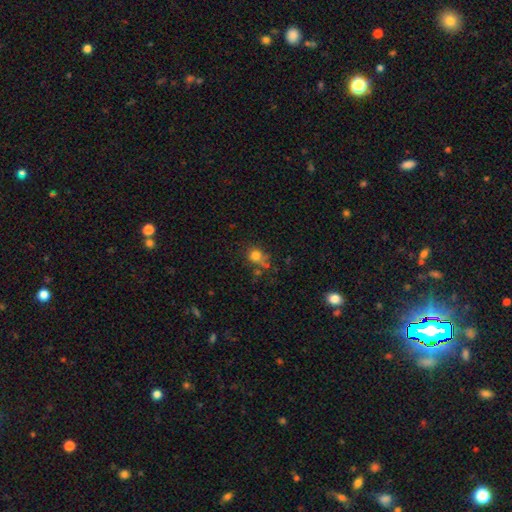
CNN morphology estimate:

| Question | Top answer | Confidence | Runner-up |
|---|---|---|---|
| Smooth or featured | smooth | 76% | star or artifact (14%) |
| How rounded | round | 78% | in between (21%) |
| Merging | none | 55% | minor disturbance (19%) |